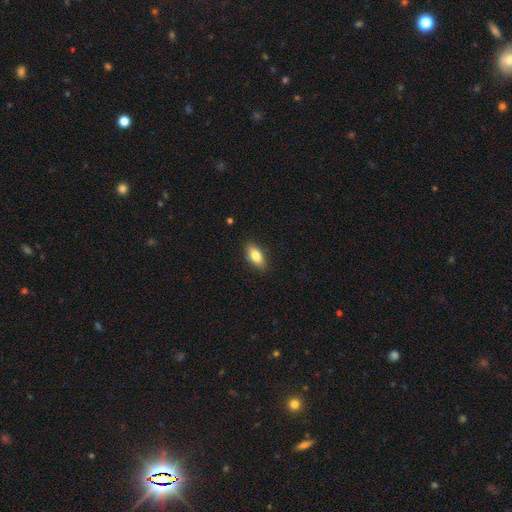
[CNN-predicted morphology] Smooth or featured? Predicted: smooth (p=0.79). How rounded? Predicted: in between (p=0.85). Merging? Predicted: none (p=0.87).